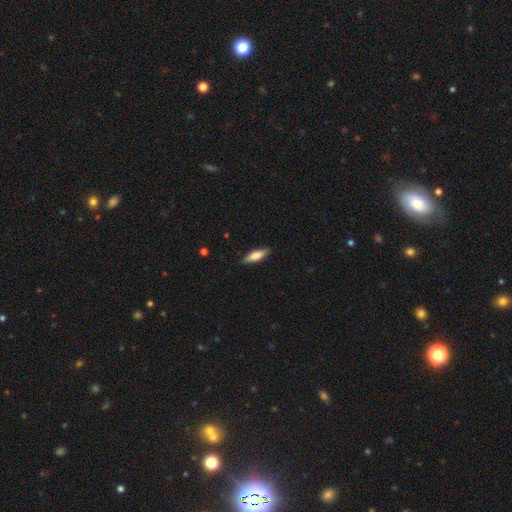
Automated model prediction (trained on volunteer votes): Smooth or featured?
  - smooth: 72% *
  - featured or disk: 22%
  - star or artifact: 6%
How rounded?
  - in between: 50% *
  - cigar-shaped: 48%
  - round: 2%
Merging?
  - none: 85% *
  - minor disturbance: 12%
  - major disturbance: 2%
  - merger: 1%